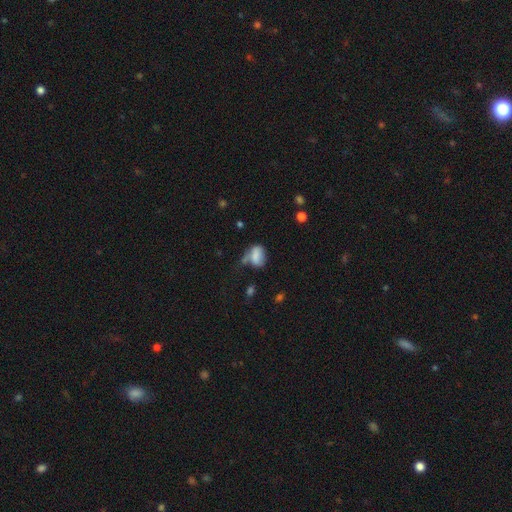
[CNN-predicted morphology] smooth 72%, featured or disk 17%, star or artifact 11%. Down the decision tree: how rounded — in between (75%); merging — none (35%).